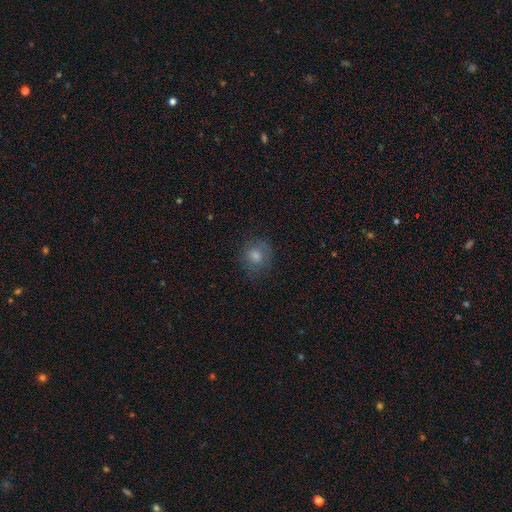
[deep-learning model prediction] The model was most divided on "smooth or featured": smooth: 67%, star or artifact: 17%, featured or disk: 15%. More confident: merging — none (78%); how rounded — round (78%).